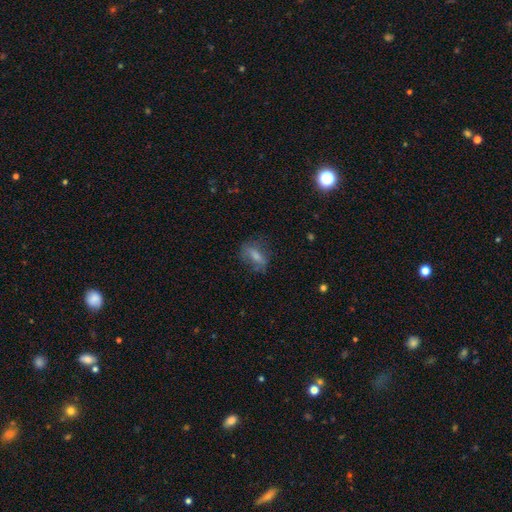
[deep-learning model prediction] Overall: smooth (64%; featured or disk 27%). How rounded: in between (76%). Merging: none (60%; minor disturbance 24%).